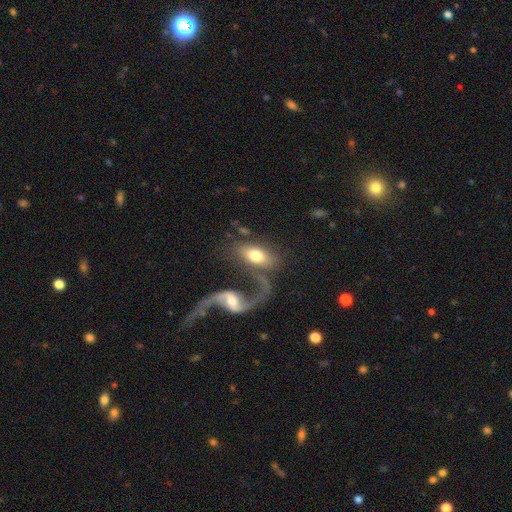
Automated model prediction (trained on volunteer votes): This is possibly a smooth galaxy (53%). How rounded: clearly in between (88%). Merging: marginally none (38%).